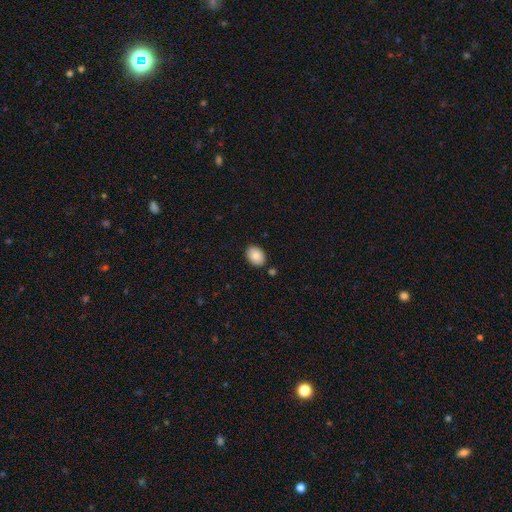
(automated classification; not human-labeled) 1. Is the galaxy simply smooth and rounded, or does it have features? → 88% smooth, 7% star or artifact, 5% featured or disk.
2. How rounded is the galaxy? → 79% in between, 20% round, 1% cigar-shaped.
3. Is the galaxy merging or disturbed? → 86% none, 9% minor disturbance, 3% merger, 2% major disturbance.